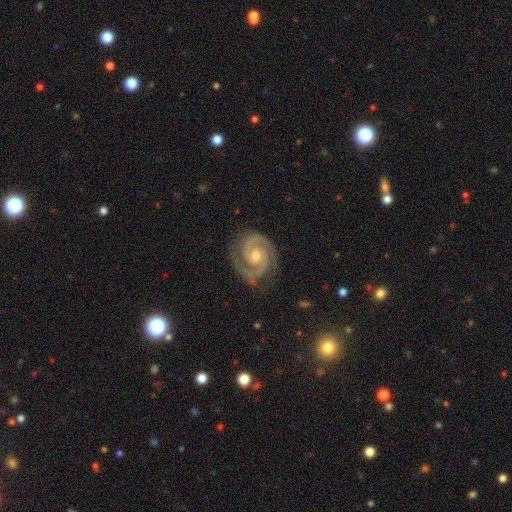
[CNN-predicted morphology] smooth-or-featured: featured or disk: 93% | star or artifact: 4% | smooth: 2%
  disk-edge-on: no: 98% | yes: 2%
    bar: no: 64% | weak: 27% | strong: 9%
    has-spiral-arms: yes: 99% | no: 1%
      spiral-winding: tight: 59% | medium: 37% | loose: 4%
      spiral-arm-count: 2: 93% | 3: 2% | can't tell: 1% | 1: 1% | 4: 1% | more than 4: 1%
    bulge-size: small: 50% | moderate: 45% | none: 2% | large: 2% | dominant: 1%
  merging: none: 83% | minor disturbance: 13% | major disturbance: 3% | merger: 1%